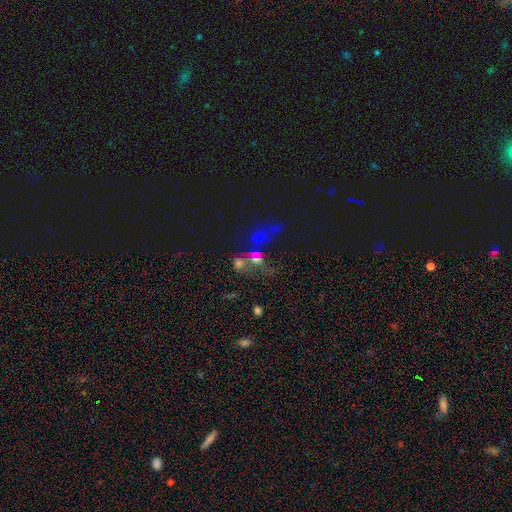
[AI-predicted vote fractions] Smooth or featured? Predicted: star or artifact (p=0.43).